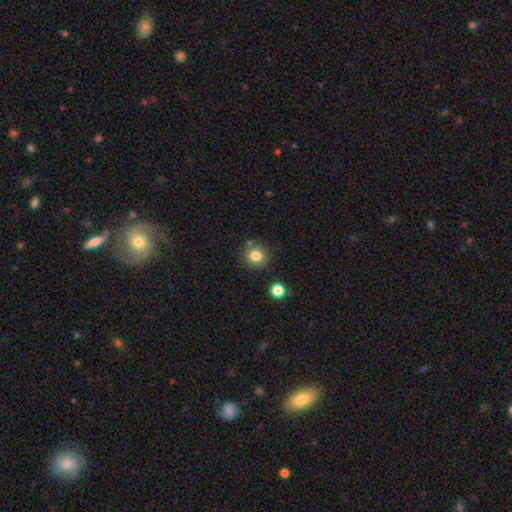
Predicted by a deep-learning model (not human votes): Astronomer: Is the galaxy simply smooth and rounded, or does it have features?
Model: smooth — 83%.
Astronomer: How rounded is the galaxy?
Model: round — 90%.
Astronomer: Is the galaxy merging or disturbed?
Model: none — 80%.